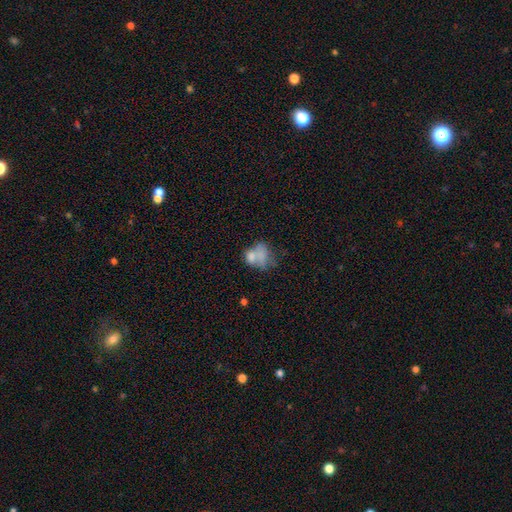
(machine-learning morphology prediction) Q: Smooth or featured?
A: smooth (63%); runner-up: featured or disk (26%)
Q: How rounded?
A: in between (60%); runner-up: round (39%)
Q: Merging?
A: merger (36%); runner-up: none (26%)